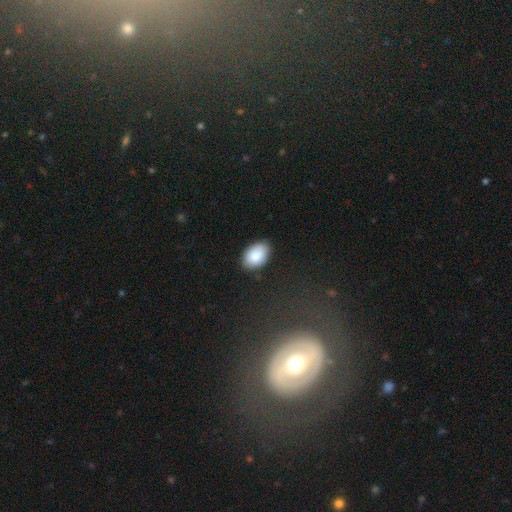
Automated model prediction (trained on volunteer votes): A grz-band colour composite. It shows a smooth galaxy with no disk features (87%) that is in between round and cigar-shaped (90%). Merging: none (84%).